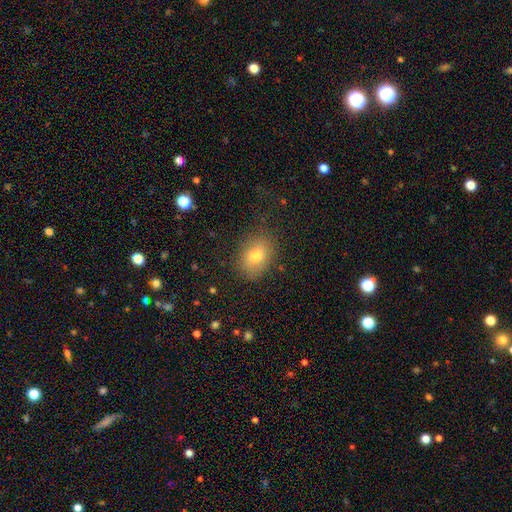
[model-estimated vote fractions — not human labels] smooth-or-featured: smooth: 77% | featured or disk: 12% | star or artifact: 11%
  how-rounded: in between: 72% | round: 27% | cigar-shaped: 1%
  merging: none: 80% | minor disturbance: 14% | major disturbance: 4% | merger: 1%